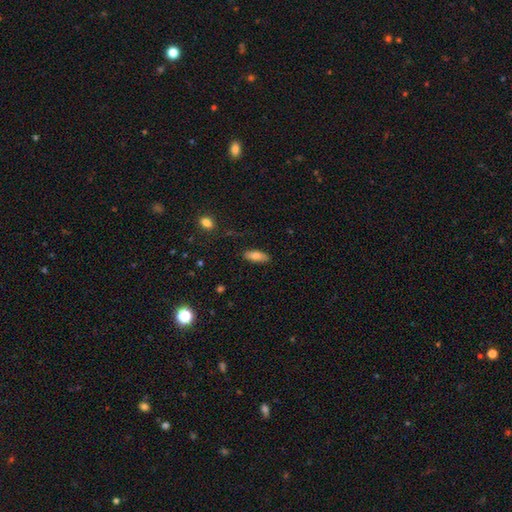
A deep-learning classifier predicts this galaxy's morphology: Smooth or featured? smooth (77%)
How rounded? in between (74%)
Merging? none (84%)